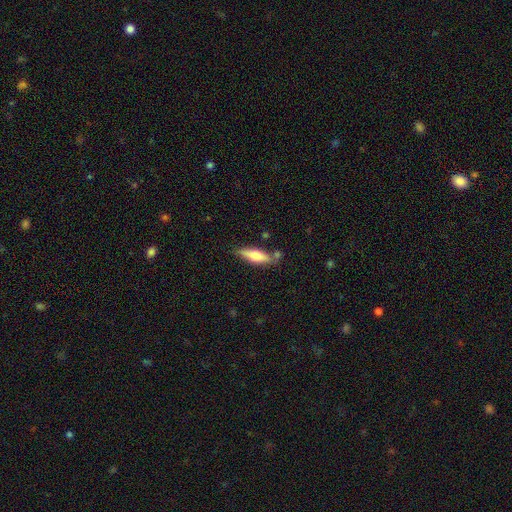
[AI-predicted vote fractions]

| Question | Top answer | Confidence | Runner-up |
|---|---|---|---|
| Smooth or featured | smooth | 57% | featured or disk (37%) |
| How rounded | cigar-shaped | 56% | in between (42%) |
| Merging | none | 71% | minor disturbance (17%) |